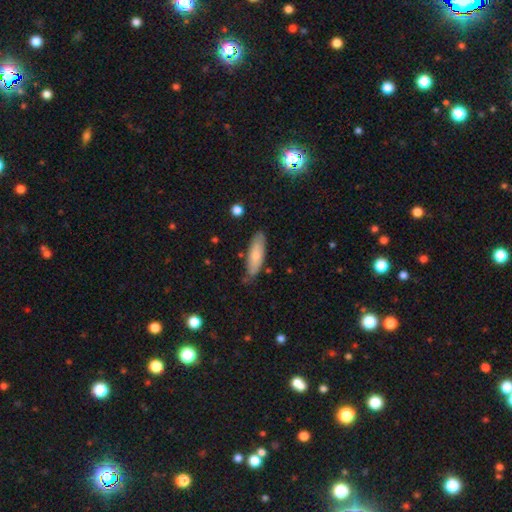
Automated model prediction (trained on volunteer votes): Morphology: type=smooth (76%); roundness=in between (50%); merging=none (74%).